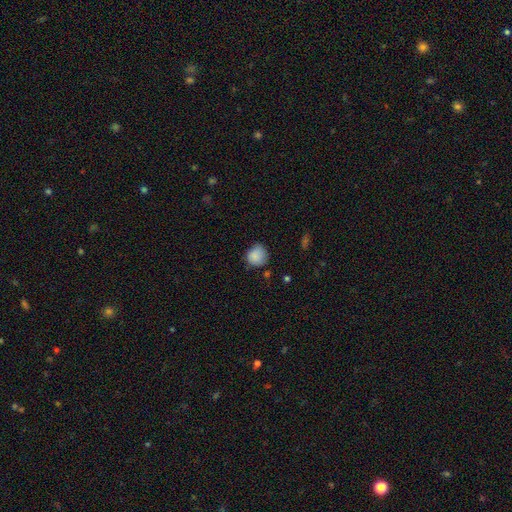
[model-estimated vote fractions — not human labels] Morphology: type=smooth (86%); roundness=round (84%); merging=none (67%).